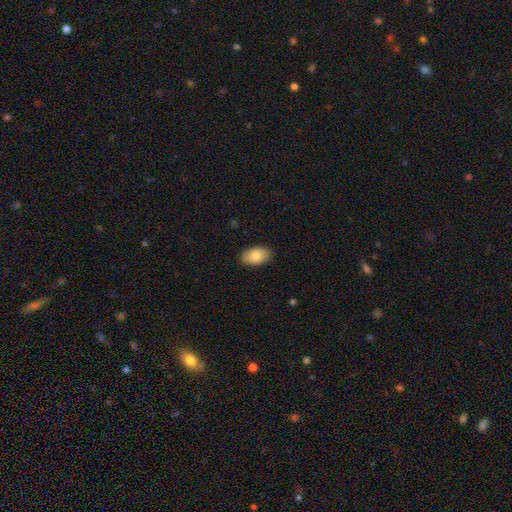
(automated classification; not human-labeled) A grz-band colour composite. It shows a smooth galaxy with no disk features (84%) that is in between round and cigar-shaped (94%). Merging: none (88%).